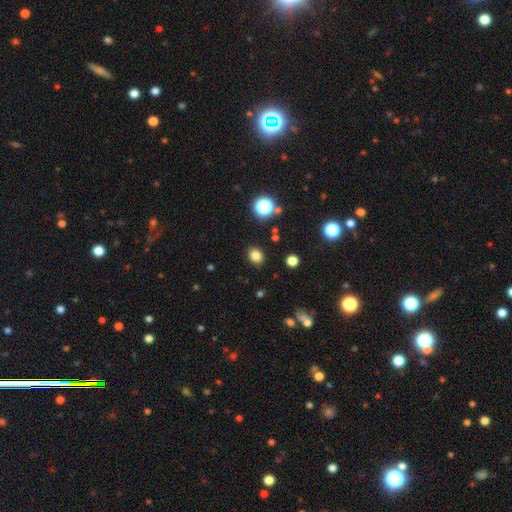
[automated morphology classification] This is clearly a smooth galaxy (81%). How rounded: likely round (63%). Merging: clearly none (88%).